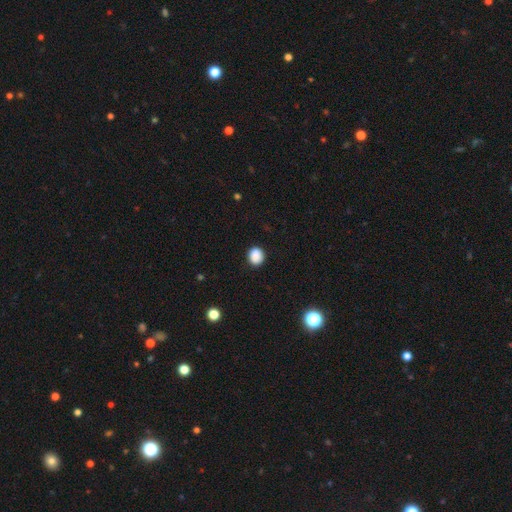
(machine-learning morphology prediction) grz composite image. It shows a smooth galaxy with no disk features (88%) that is round (70%). Merging: none (89%).